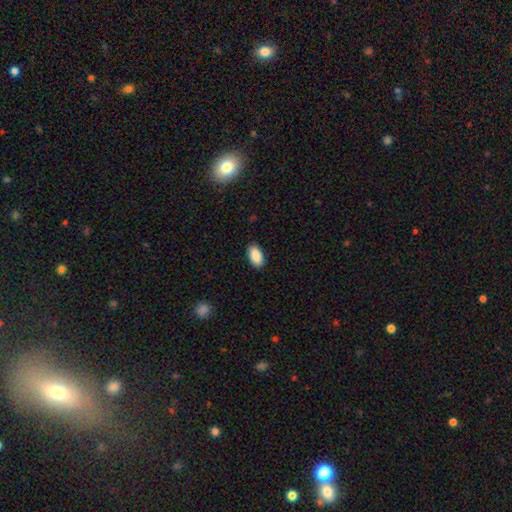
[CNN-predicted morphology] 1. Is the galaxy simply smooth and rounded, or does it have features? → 90% smooth, 6% star or artifact, 3% featured or disk.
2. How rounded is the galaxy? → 95% in between, 3% round, 3% cigar-shaped.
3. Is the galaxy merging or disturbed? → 89% none, 8% minor disturbance, 2% major disturbance, 1% merger.